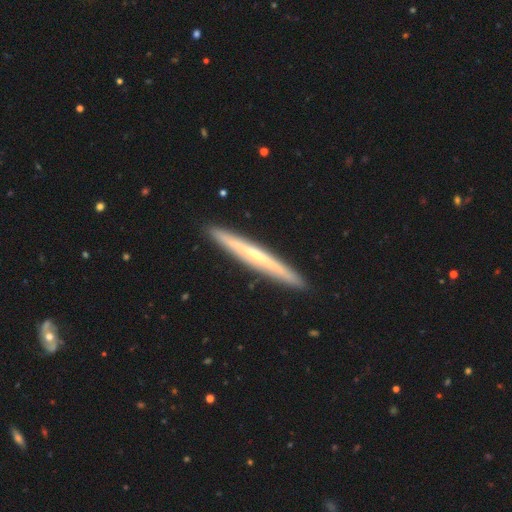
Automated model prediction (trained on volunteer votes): Q: Smooth or featured?
A: featured or disk (65%); runner-up: smooth (30%)
Q: Edge-on disk?
A: yes (96%); runner-up: no (4%)
Q: Edge-on bulge?
A: none (51%); runner-up: rounded (45%)
Q: Merging?
A: none (92%); runner-up: minor disturbance (6%)